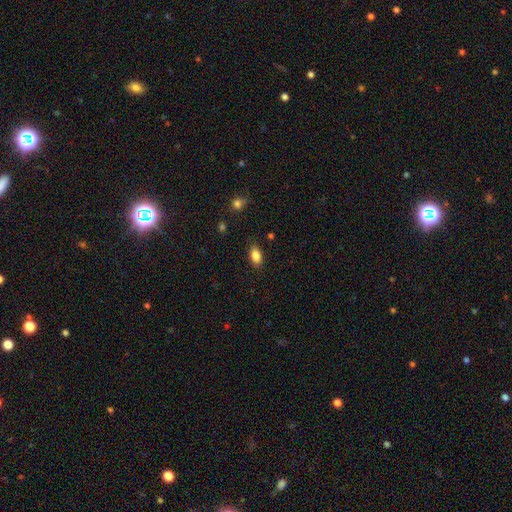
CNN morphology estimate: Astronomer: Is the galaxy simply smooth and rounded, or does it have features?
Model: smooth — 86%.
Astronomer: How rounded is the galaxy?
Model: in between — 89%.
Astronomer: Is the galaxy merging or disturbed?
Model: none — 83%.